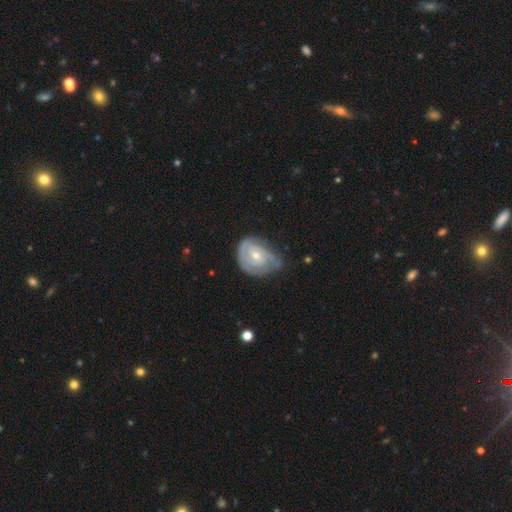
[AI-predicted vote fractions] featured or disk 81%, smooth 15%, star or artifact 5%. Down the decision tree: edge-on disk — no (97%); bar — no (62%); spiral arms — yes (92%); spiral arm count — 2 (40%); spiral winding — tight (68%); bulge size — small (50%); merging — none (55%).